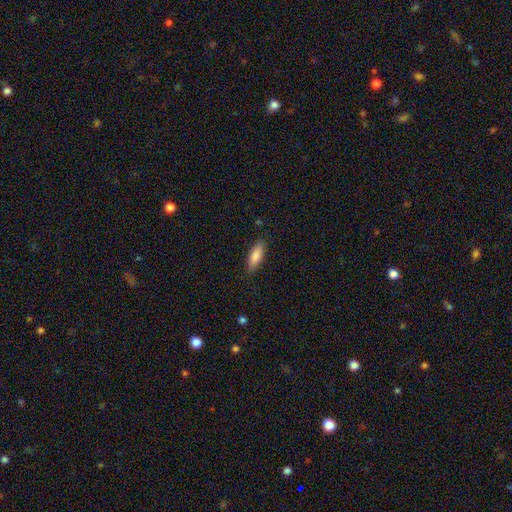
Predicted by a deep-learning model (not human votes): This is clearly a smooth galaxy (83%). How rounded: likely in between (62%). Merging: clearly none (86%).